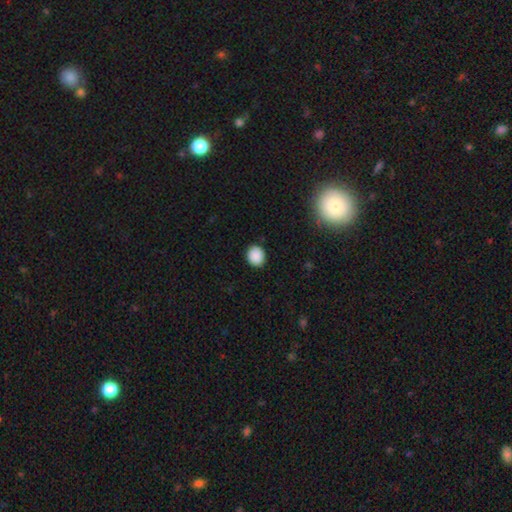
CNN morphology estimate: smooth 89%, star or artifact 9%, featured or disk 3%. Down the decision tree: how rounded — round (74%); merging — none (89%).